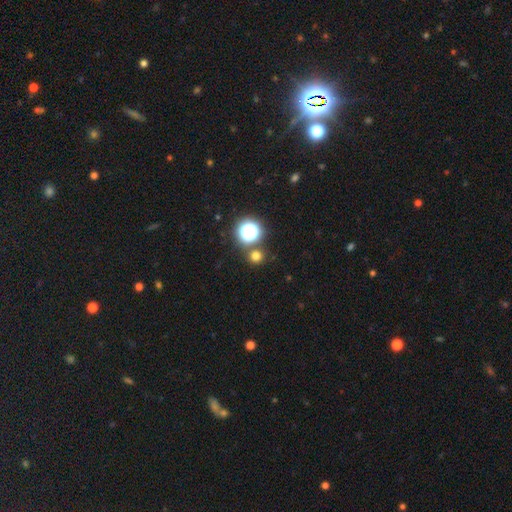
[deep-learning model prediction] smooth_or_featured: smooth (p=0.69) [alt: star or artifact p=0.26]
how_rounded: round (p=0.90) [alt: in between p=0.09]
merging: none (p=0.81) [alt: merger p=0.10]